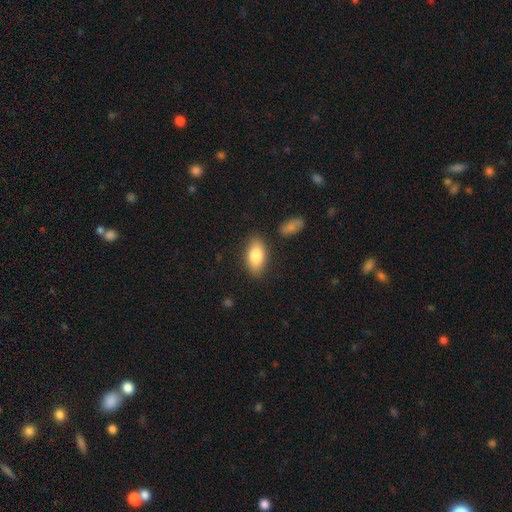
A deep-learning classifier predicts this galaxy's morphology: Smooth or featured?
  - smooth: 82% *
  - featured or disk: 12%
  - star or artifact: 6%
How rounded?
  - in between: 91% *
  - cigar-shaped: 5%
  - round: 4%
Merging?
  - none: 83% *
  - minor disturbance: 11%
  - merger: 3%
  - major disturbance: 3%